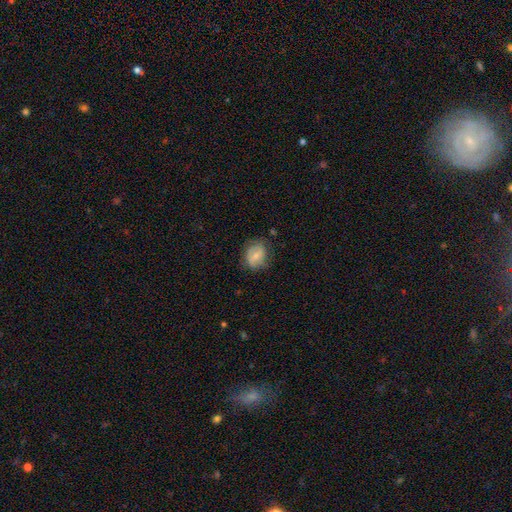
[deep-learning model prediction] A smooth galaxy with no disk features (62%) that is round (56%). Merging: none (67%).